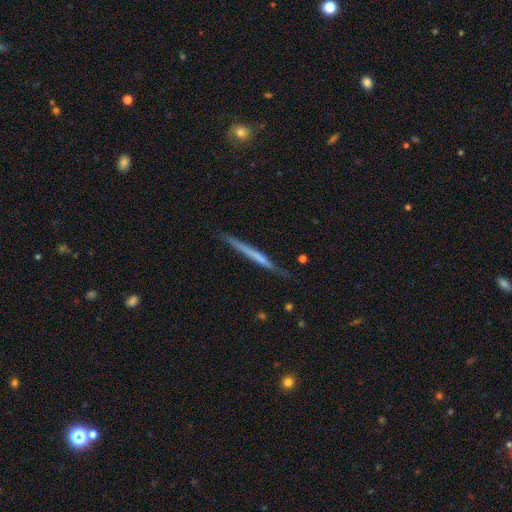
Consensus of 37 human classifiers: Overall: featured or disk (54%; smooth 38%). Edge-on disk: yes (100%). Edge-on bulge: none (75%). Merging: none (76%).